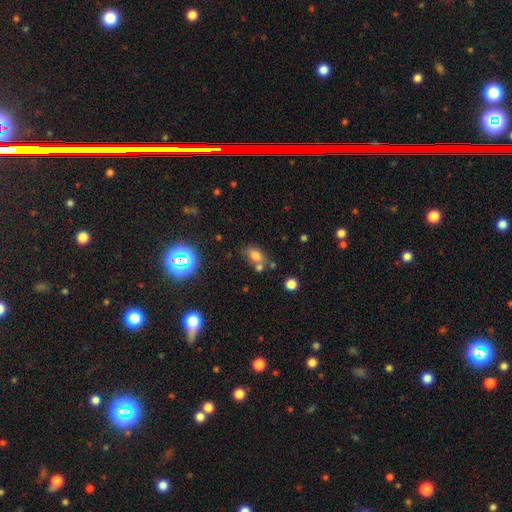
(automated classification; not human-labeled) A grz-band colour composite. It shows a smooth galaxy with no disk features (72%) that is in between round and cigar-shaped (80%). Merging: none (53%).